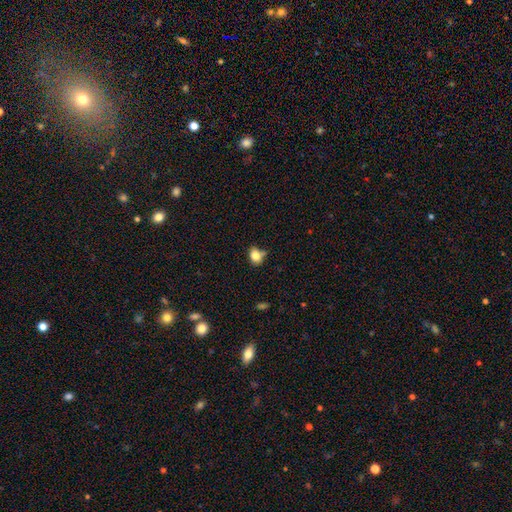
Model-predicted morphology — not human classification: Smooth or featured?
  - smooth: 82% *
  - star or artifact: 10%
  - featured or disk: 8%
How rounded?
  - in between: 60% *
  - round: 39%
  - cigar-shaped: 1%
Merging?
  - none: 54% *
  - minor disturbance: 25%
  - merger: 15%
  - major disturbance: 7%